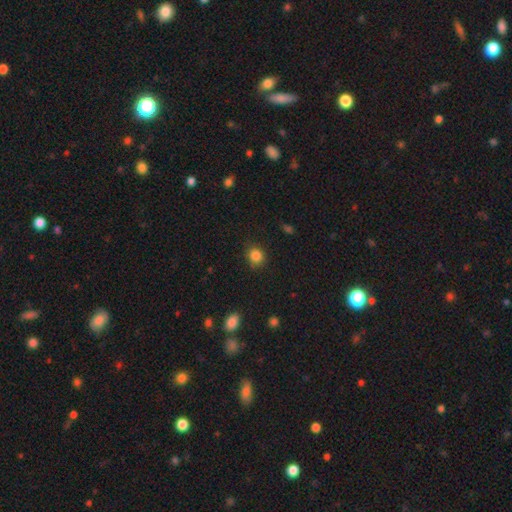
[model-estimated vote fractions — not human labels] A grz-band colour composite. It shows a smooth galaxy with no disk features (85%) that is round (78%). Merging: none (84%).